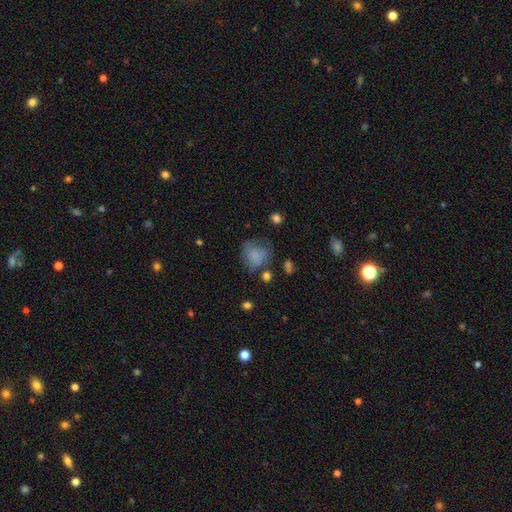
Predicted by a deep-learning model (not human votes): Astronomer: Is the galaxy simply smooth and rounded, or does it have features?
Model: smooth — 70%.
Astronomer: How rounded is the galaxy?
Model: round — 65%.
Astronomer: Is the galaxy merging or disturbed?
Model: none — 45% (runner-up: minor disturbance, 27%).